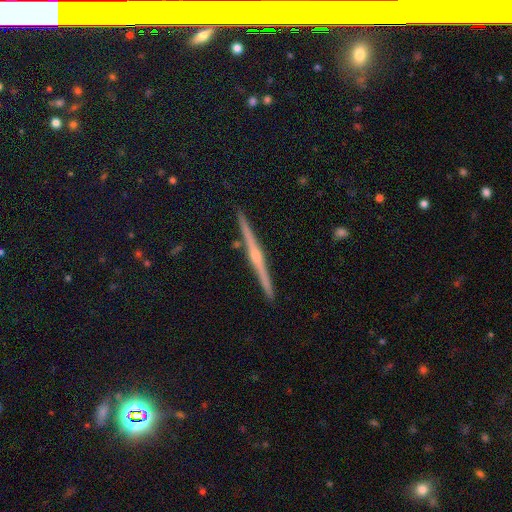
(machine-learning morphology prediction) smooth-or-featured: featured or disk: 85% | smooth: 10% | star or artifact: 6%
  disk-edge-on: yes: 99% | no: 1%
    edge-on-bulge: rounded: 79% | none: 12% | boxy: 8%
  merging: none: 92% | minor disturbance: 5% | merger: 1% | major disturbance: 1%